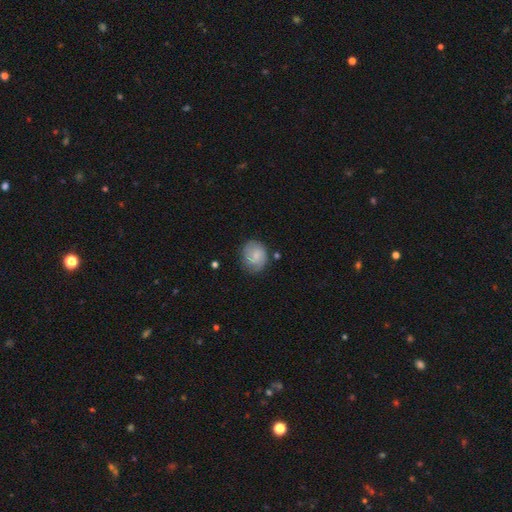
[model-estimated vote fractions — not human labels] This is possibly a smooth galaxy (60%). How rounded: likely round (65%). Merging: likely none (68%).